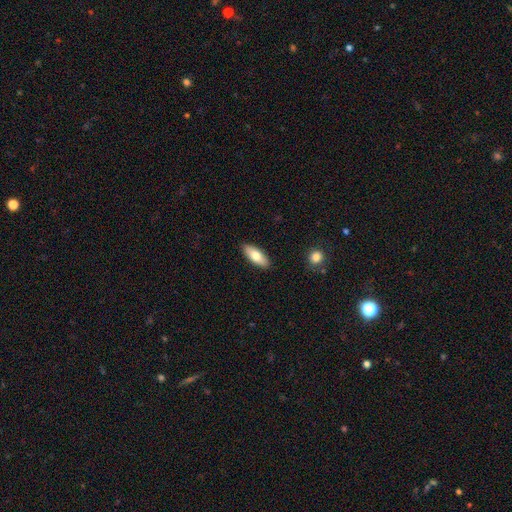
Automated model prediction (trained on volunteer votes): This is likely a smooth galaxy (76%). How rounded: likely in between (76%). Merging: clearly none (89%).